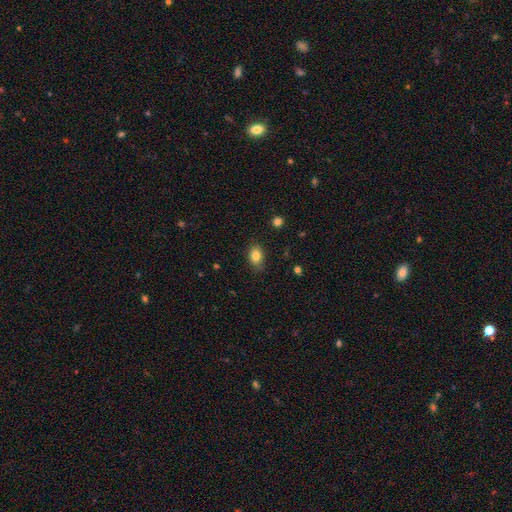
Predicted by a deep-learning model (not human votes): A smooth galaxy with no disk features (82%) that is in between round and cigar-shaped (76%).

Vote fractions:
- Smooth or featured? smooth: 82% / star or artifact: 10% / featured or disk: 8%
- How rounded? in between: 76% / round: 22% / cigar-shaped: 1%
- Merging? none: 81% / minor disturbance: 15% / major disturbance: 3% / merger: 1%